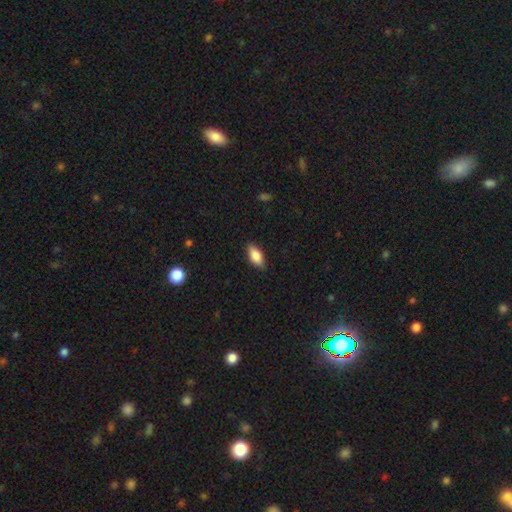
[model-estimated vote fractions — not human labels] smooth-or-featured: smooth: 84% | featured or disk: 10% | star or artifact: 7%
  how-rounded: in between: 87% | cigar-shaped: 10% | round: 3%
  merging: none: 87% | minor disturbance: 10% | major disturbance: 2% | merger: 1%